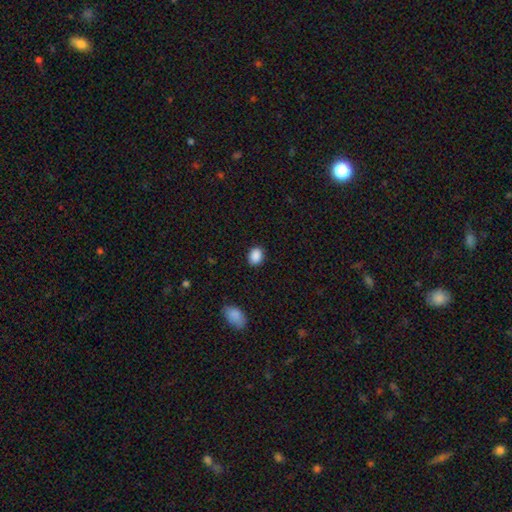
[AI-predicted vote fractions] Q: Smooth or featured?
A: smooth (89%); runner-up: star or artifact (8%)
Q: How rounded?
A: in between (60%); runner-up: round (39%)
Q: Merging?
A: none (88%); runner-up: minor disturbance (9%)